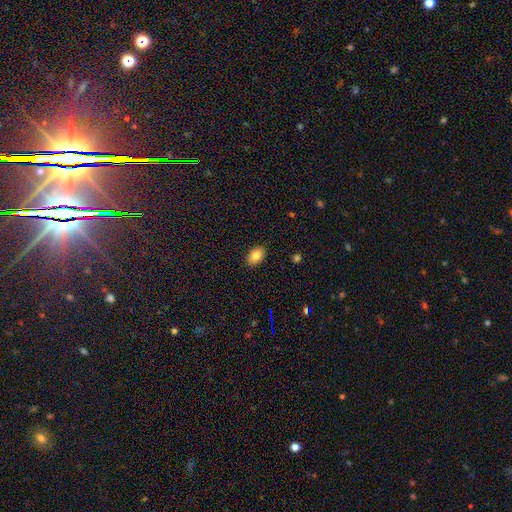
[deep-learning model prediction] Smooth or featured? smooth (83%)
How rounded? in between (85%)
Merging? none (88%)